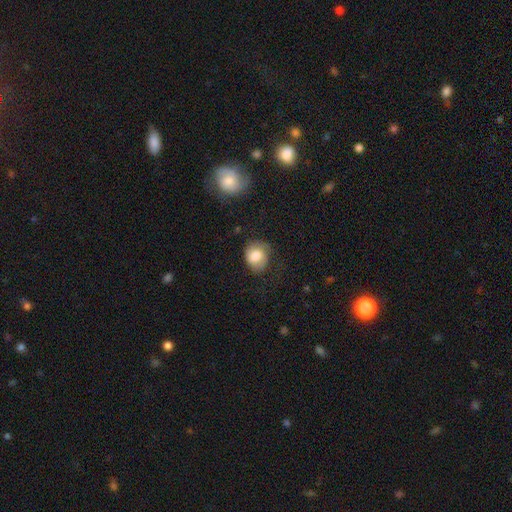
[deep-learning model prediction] Smooth or featured? Predicted: smooth (p=0.76). How rounded? Predicted: round (p=0.63). Merging? Predicted: none (p=0.59).